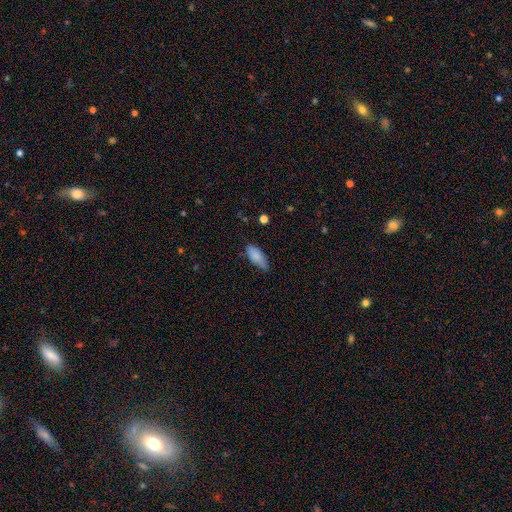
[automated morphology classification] type=smooth (85%); roundness=in between (80%); merging=none (64%).